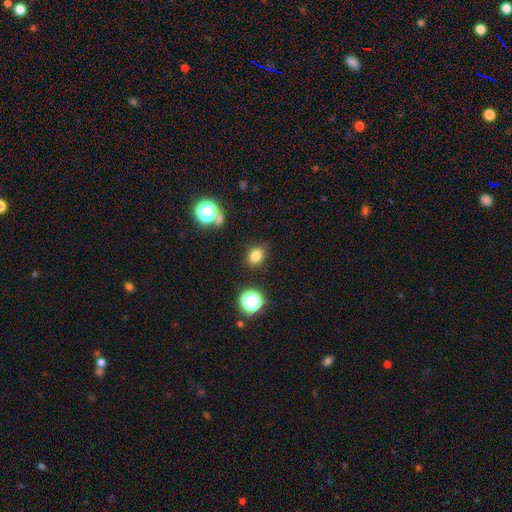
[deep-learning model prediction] Morphology: type=smooth (80%); roundness=in between (55%); merging=none (85%).